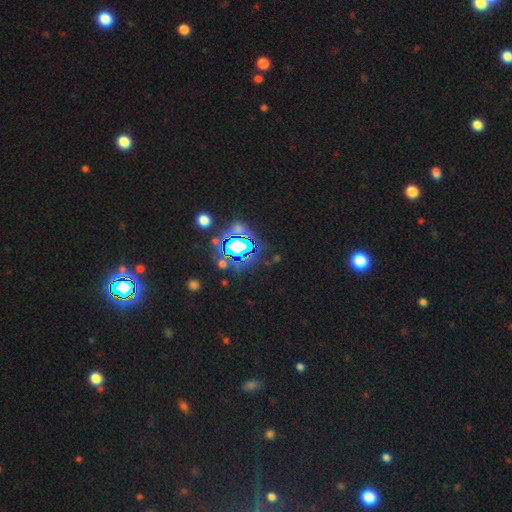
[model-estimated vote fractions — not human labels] Smooth or featured? Predicted: star or artifact (p=0.84).